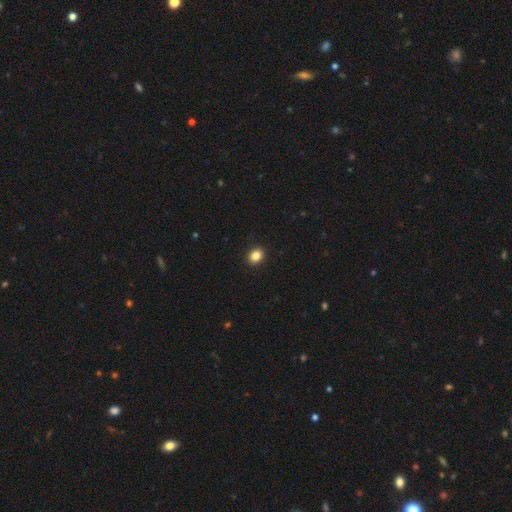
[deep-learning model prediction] Smooth or featured: smooth — 86% (star or artifact — 10%)
How rounded: round — 54% (in between — 45%)
Merging: none — 92% (minor disturbance — 5%)